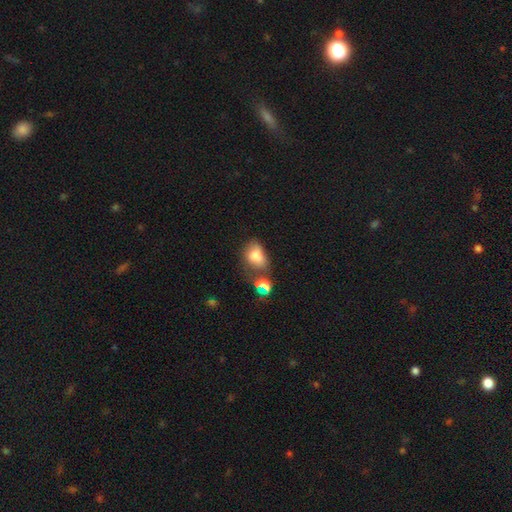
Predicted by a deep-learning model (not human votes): Smooth or featured: smooth — 75% (featured or disk — 13%)
How rounded: in between — 74% (round — 25%)
Merging: none — 34% (minor disturbance — 26%)